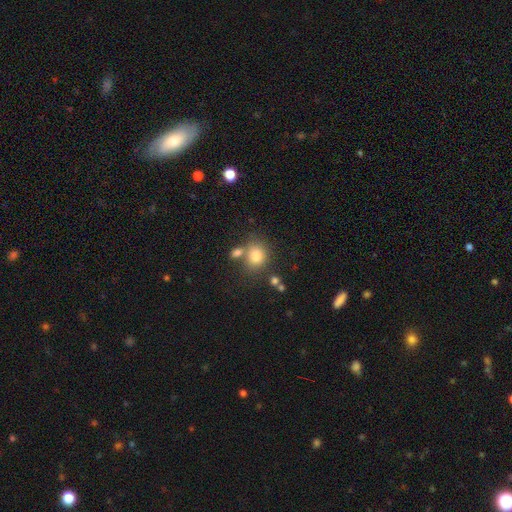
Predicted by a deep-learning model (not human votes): A smooth galaxy with no disk features (79%) that is round (64%).

Vote fractions:
- Smooth or featured? smooth: 79% / star or artifact: 11% / featured or disk: 10%
- How rounded? round: 64% / in between: 35% / cigar-shaped: 1%
- Merging? none: 60% / merger: 23% / minor disturbance: 13% / major disturbance: 5%